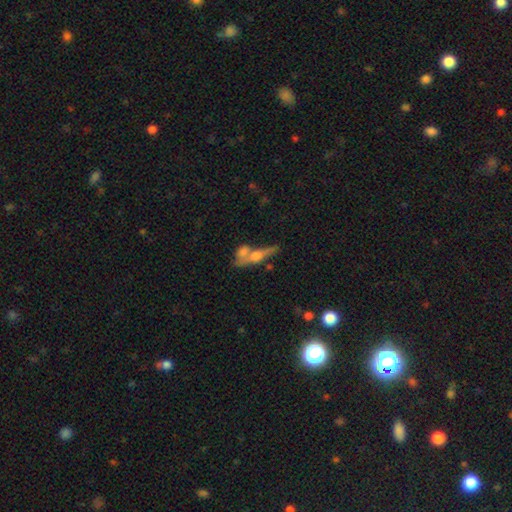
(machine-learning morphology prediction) A featured or disk galaxy (47%). Merging: merger (47%).